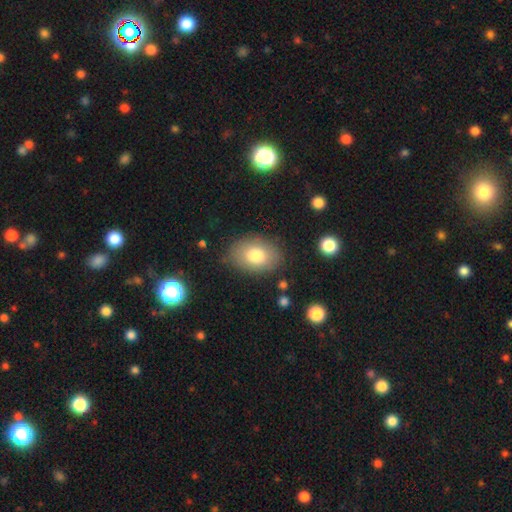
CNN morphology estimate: The model was most divided on "how rounded": in between: 81%, round: 18%, cigar-shaped: 1%. More confident: merging — none (80%); smooth or featured — smooth (79%).